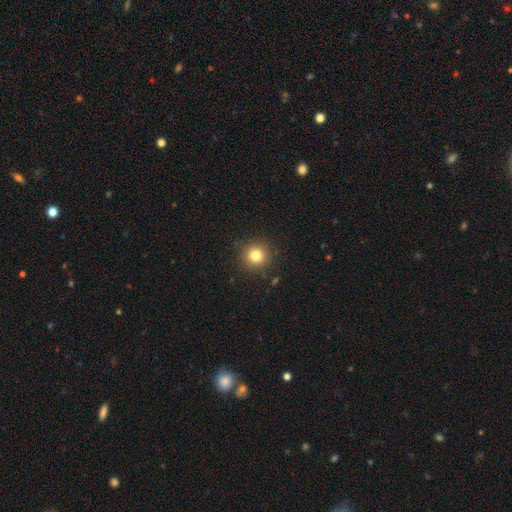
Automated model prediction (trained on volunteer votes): This appears to be a smooth galaxy with no disk features (81%) that is round (94%). Merging: none (89%).